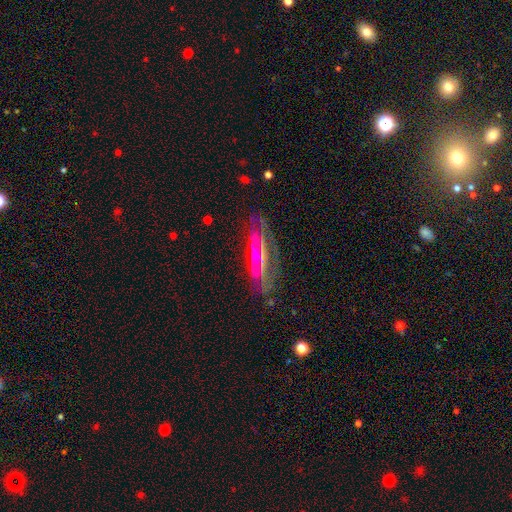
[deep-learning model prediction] This appears to be a featured or disk galaxy (50%). Merging: none (72%).